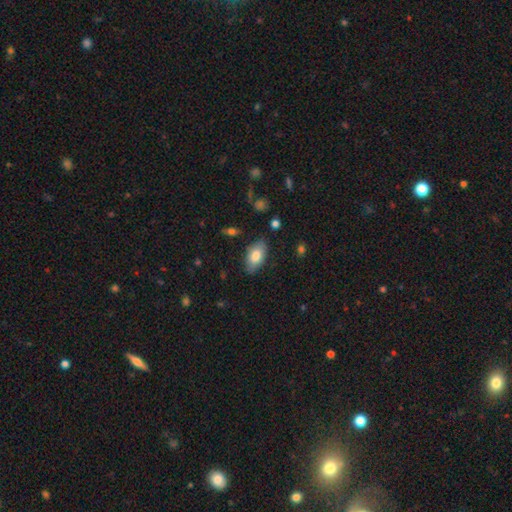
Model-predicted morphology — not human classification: type=smooth (80%); roundness=in between (93%); merging=none (80%).